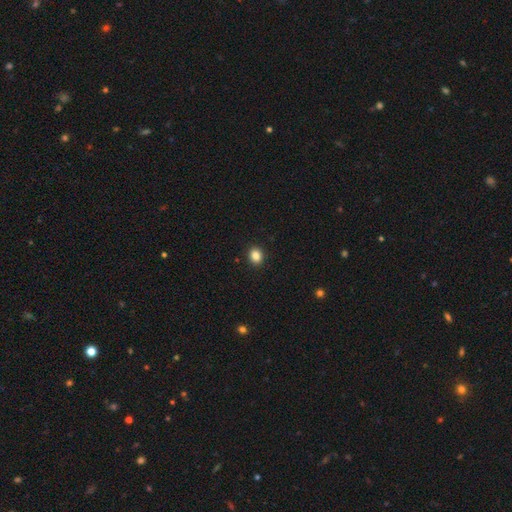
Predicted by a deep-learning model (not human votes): smooth 85%, star or artifact 11%, featured or disk 4%. Down the decision tree: how rounded — round (65%); merging — none (92%).